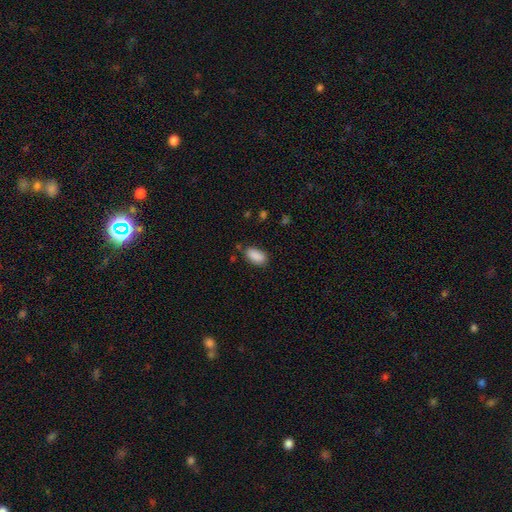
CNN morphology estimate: A smooth galaxy with no disk features (89%) that is in between round and cigar-shaped (92%). Merging: none (78%).